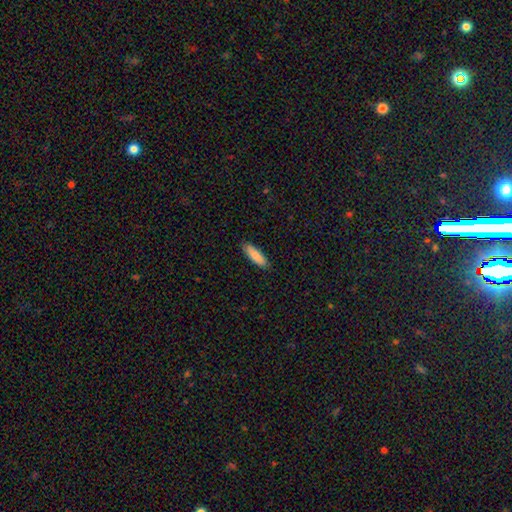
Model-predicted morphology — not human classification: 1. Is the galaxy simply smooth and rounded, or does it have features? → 87% smooth, 7% featured or disk, 6% star or artifact.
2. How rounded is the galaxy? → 57% cigar-shaped, 42% in between, 1% round.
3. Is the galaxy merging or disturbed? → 88% none, 10% minor disturbance, 2% major disturbance, 1% merger.